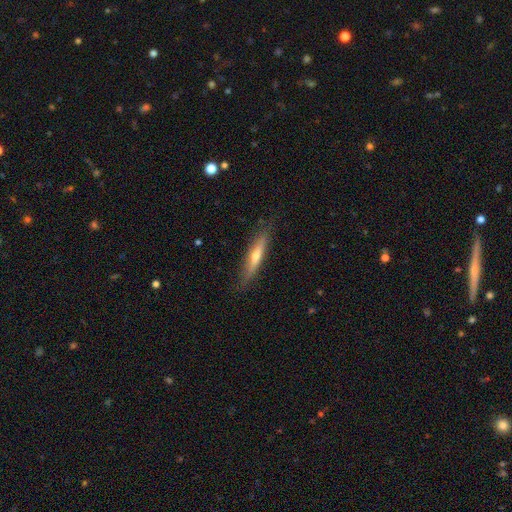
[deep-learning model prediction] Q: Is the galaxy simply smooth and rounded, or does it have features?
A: featured or disk — 56%.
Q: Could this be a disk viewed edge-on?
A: yes — 92%.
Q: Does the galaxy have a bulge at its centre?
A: rounded — 83%.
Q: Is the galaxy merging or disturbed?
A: none — 85%.